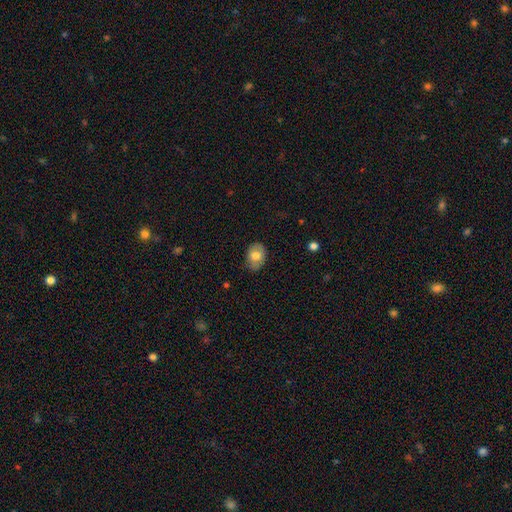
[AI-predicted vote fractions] A smooth galaxy with no disk features (72%) that is in between round and cigar-shaped (72%).

Vote fractions:
- Smooth or featured? smooth: 72% / featured or disk: 21% / star or artifact: 7%
- How rounded? in between: 72% / round: 27% / cigar-shaped: 1%
- Merging? none: 78% / minor disturbance: 17% / major disturbance: 4% / merger: 1%